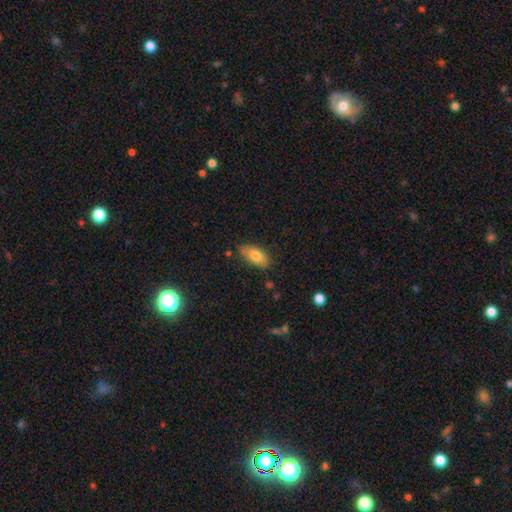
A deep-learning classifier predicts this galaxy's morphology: Smooth or featured?
  - smooth: 78% *
  - featured or disk: 15%
  - star or artifact: 7%
How rounded?
  - in between: 89% *
  - cigar-shaped: 8%
  - round: 3%
Merging?
  - none: 73% *
  - minor disturbance: 21%
  - major disturbance: 4%
  - merger: 3%